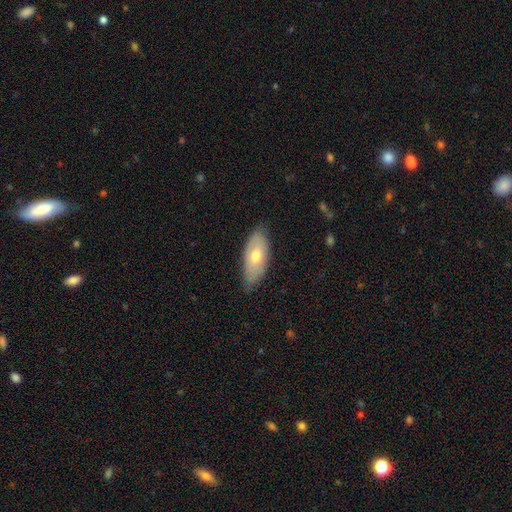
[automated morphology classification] Smooth or featured?
  - smooth: 63% *
  - featured or disk: 31%
  - star or artifact: 6%
How rounded?
  - in between: 87% *
  - cigar-shaped: 10%
  - round: 3%
Merging?
  - none: 73% *
  - minor disturbance: 22%
  - major disturbance: 3%
  - merger: 1%